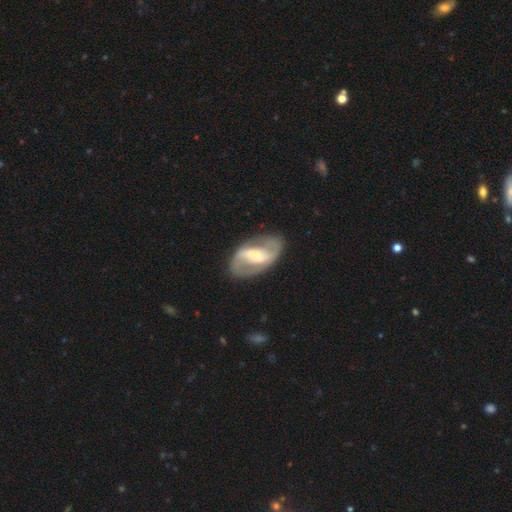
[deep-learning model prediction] Smooth or featured? Predicted: featured or disk (p=0.81). Edge-on disk? Predicted: no (p=0.96). Bar? Predicted: strong (p=0.44). Spiral arms? Predicted: yes (p=0.87). Spiral winding? Predicted: medium (p=0.46). Spiral arm count? Predicted: 2 (p=0.90). Bulge size? Predicted: moderate (p=0.48). Merging? Predicted: none (p=0.79).